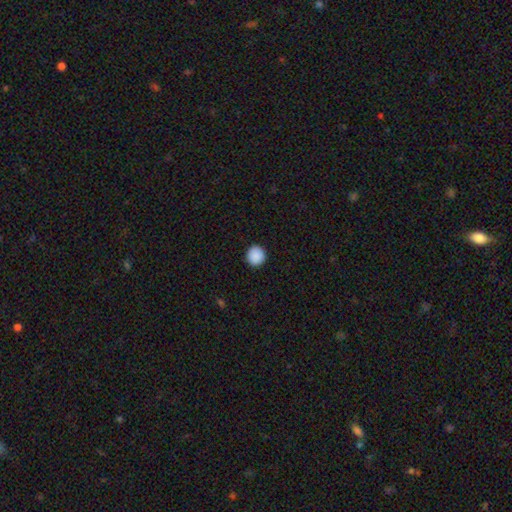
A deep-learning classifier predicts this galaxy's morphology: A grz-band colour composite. It shows a smooth galaxy with no disk features (90%) that is round (93%). Merging: none (93%).